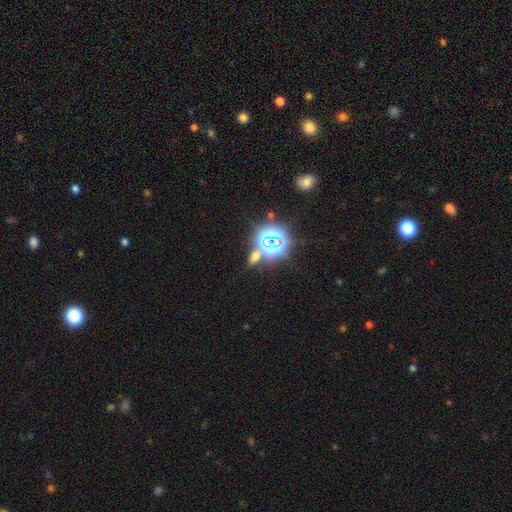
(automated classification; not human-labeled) This appears to be a star or artifact, not a galaxy (55%).